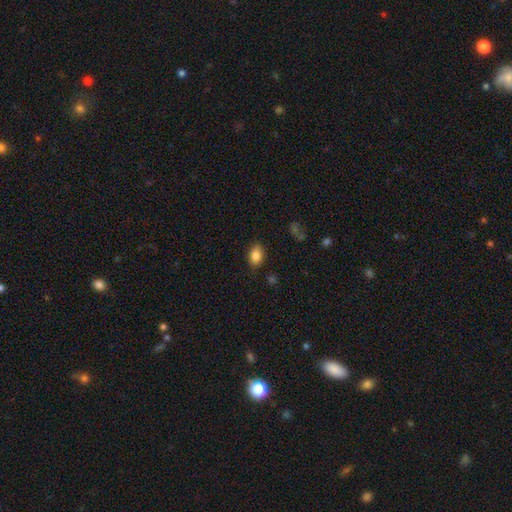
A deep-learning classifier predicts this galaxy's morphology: Overall: smooth (86%). How rounded: in between (81%). Merging: none (82%).